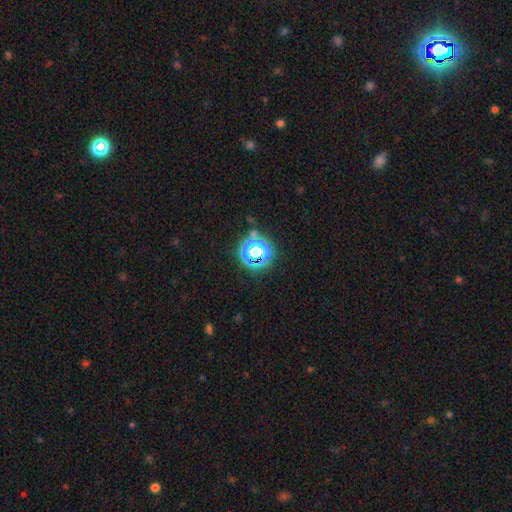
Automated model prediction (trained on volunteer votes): smooth_or_featured: star or artifact (p=0.66) [alt: smooth p=0.23]